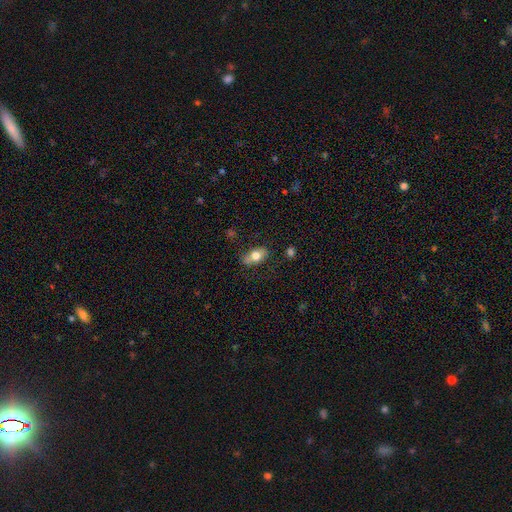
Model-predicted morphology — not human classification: This is likely a smooth galaxy (71%). How rounded: clearly in between (86%). Merging: likely none (75%).